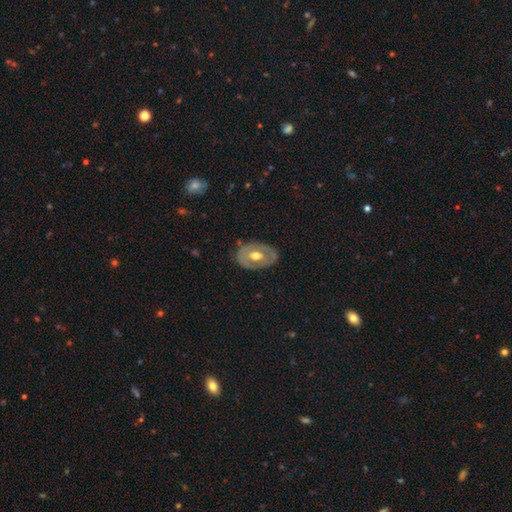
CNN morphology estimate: smooth_or_featured: featured or disk (p=0.60) [alt: smooth p=0.35]
disk_edge_on: no (p=0.92) [alt: yes p=0.08]
bar: no (p=0.71) [alt: weak p=0.22]
has_spiral_arms: no (p=0.74) [alt: yes p=0.26]
bulge_size: moderate (p=0.77) [alt: large p=0.12]
merging: none (p=0.76) [alt: minor disturbance p=0.18]